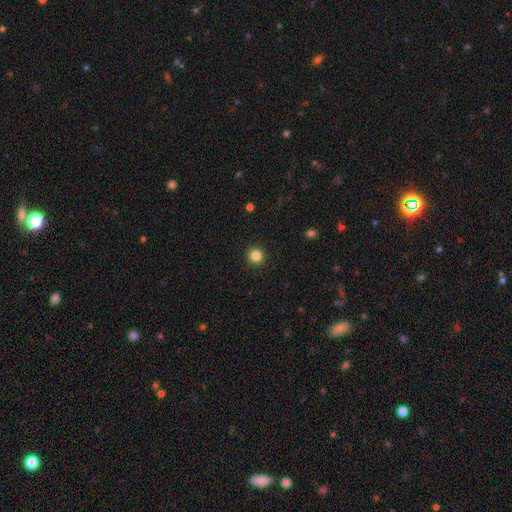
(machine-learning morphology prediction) smooth_or_featured: smooth (p=0.84) [alt: star or artifact p=0.12]
how_rounded: round (p=0.95) [alt: in between p=0.04]
merging: none (p=0.92) [alt: minor disturbance p=0.05]